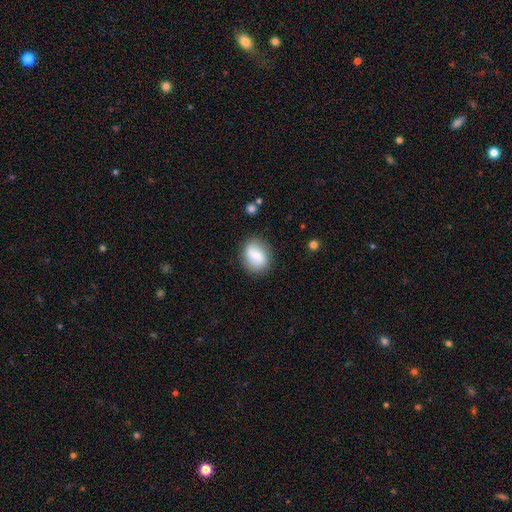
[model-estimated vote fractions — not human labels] smooth 66%, featured or disk 26%, star or artifact 8%. Down the decision tree: how rounded — in between (52%); merging — none (78%).